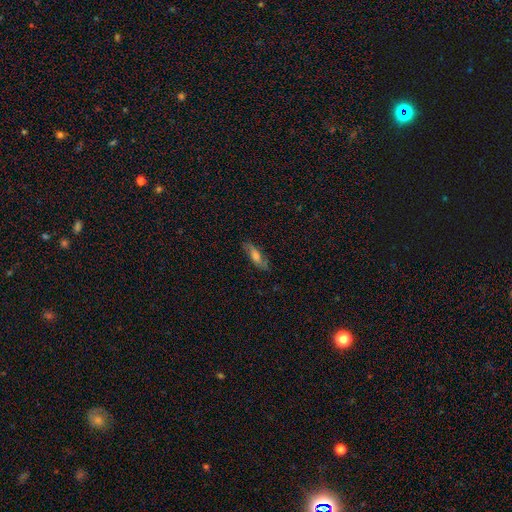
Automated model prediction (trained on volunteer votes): Q: Smooth or featured?
A: featured or disk (48%); runner-up: smooth (43%)
Q: Merging?
A: none (79%); runner-up: minor disturbance (16%)